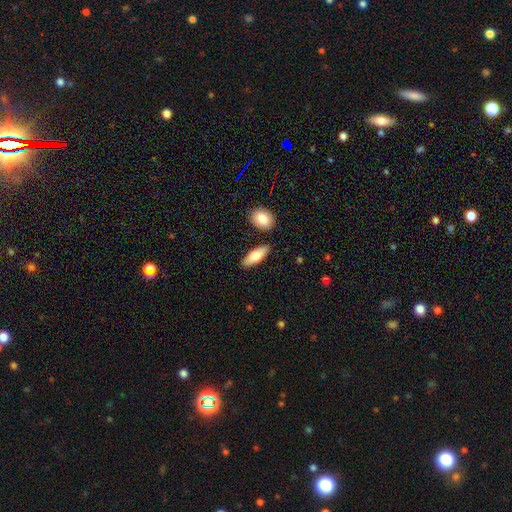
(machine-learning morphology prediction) Smooth or featured?
  - smooth: 76% *
  - featured or disk: 19%
  - star or artifact: 6%
How rounded?
  - in between: 63% *
  - cigar-shaped: 34%
  - round: 3%
Merging?
  - none: 82% *
  - minor disturbance: 10%
  - merger: 5%
  - major disturbance: 2%